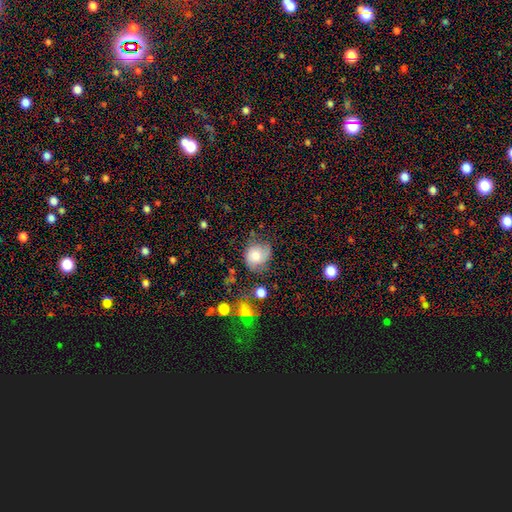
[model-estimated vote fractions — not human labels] Q: Smooth or featured?
A: smooth (60%); runner-up: featured or disk (30%)
Q: How rounded?
A: round (69%); runner-up: in between (30%)
Q: Merging?
A: none (51%); runner-up: minor disturbance (30%)